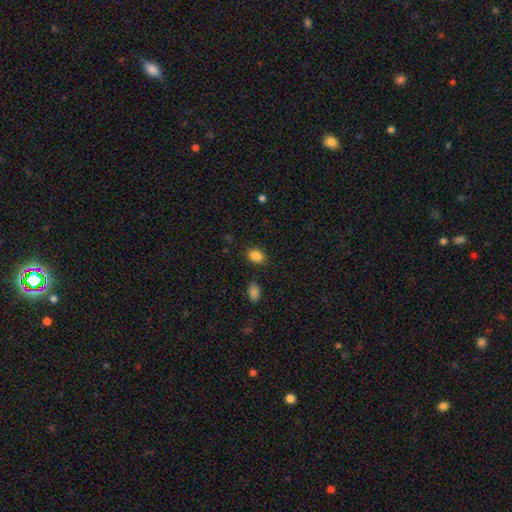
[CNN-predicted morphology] Q: Smooth or featured?
A: smooth (85%); runner-up: star or artifact (10%)
Q: How rounded?
A: in between (59%); runner-up: round (40%)
Q: Merging?
A: none (84%); runner-up: minor disturbance (10%)